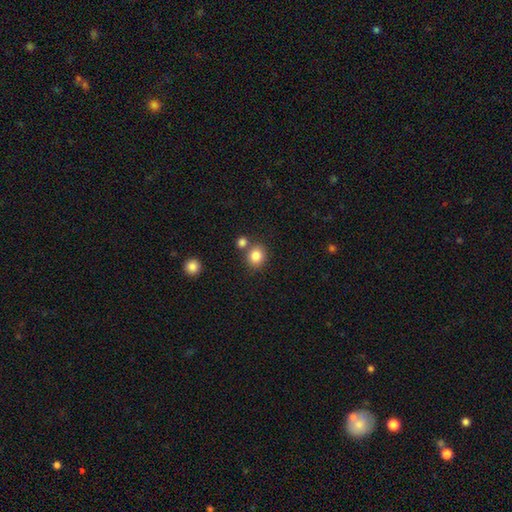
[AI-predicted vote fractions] Smooth or featured? smooth (84%)
How rounded? round (79%)
Merging? none (70%)